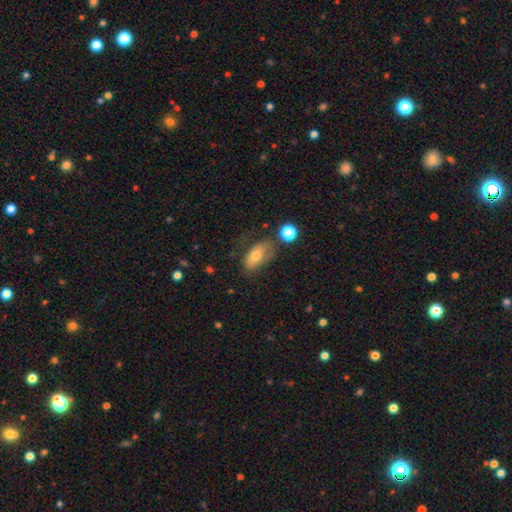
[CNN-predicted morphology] type=smooth (67%); roundness=in between (86%); merging=none (55%).